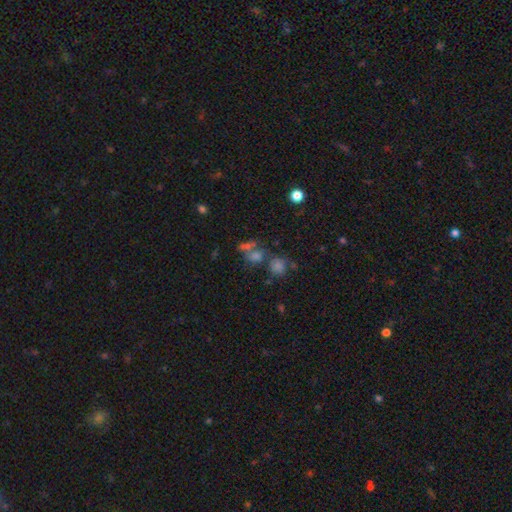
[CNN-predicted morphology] smooth_or_featured: smooth (p=0.46) [alt: star or artifact p=0.37]
merging: none (p=0.49) [alt: merger p=0.31]